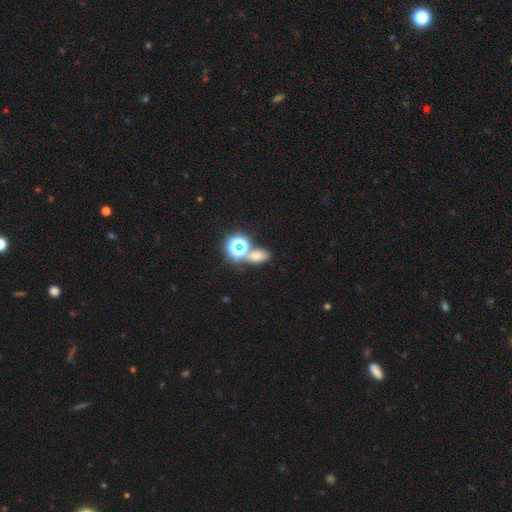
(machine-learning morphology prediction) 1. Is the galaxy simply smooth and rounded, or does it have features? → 60% smooth, 31% star or artifact, 9% featured or disk.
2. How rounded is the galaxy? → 76% in between, 21% round, 3% cigar-shaped.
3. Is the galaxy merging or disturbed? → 63% none, 20% merger, 12% minor disturbance, 5% major disturbance.